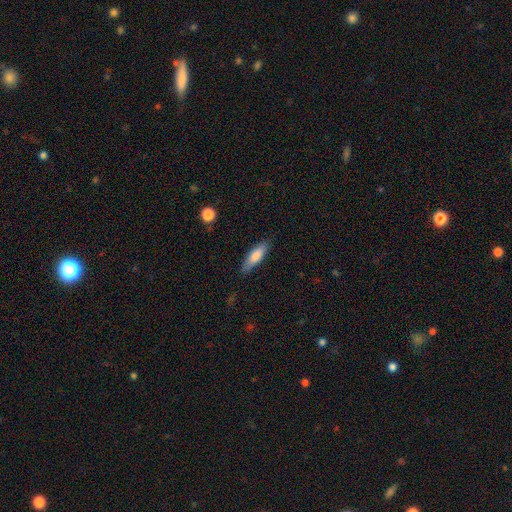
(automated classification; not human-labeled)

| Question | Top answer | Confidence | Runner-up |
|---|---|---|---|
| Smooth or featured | smooth | 78% | featured or disk (16%) |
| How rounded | cigar-shaped | 53% | in between (45%) |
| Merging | none | 84% | minor disturbance (12%) |